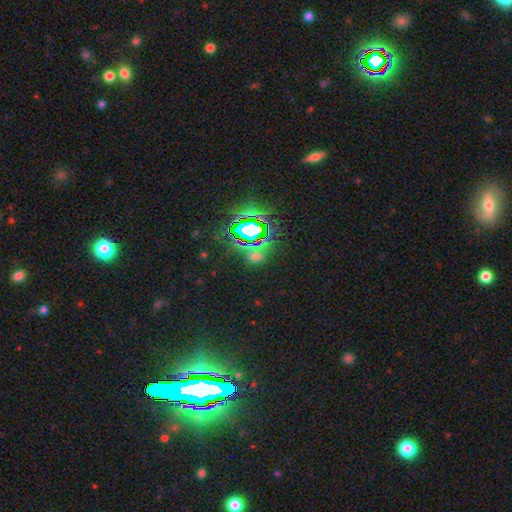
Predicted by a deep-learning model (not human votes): This appears to be a star or artifact, not a galaxy (61%).